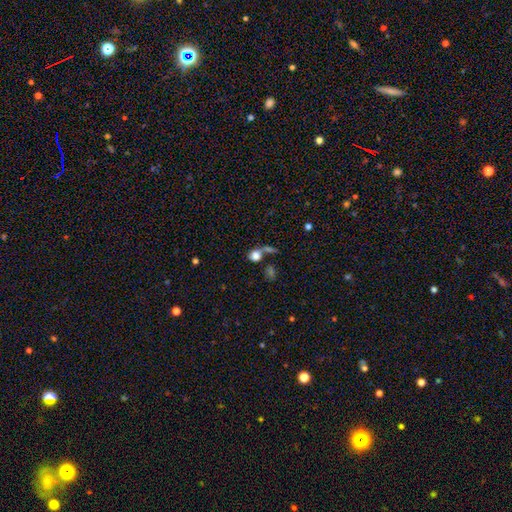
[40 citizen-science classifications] Overall: smooth (80%). How rounded: round (91%). Merging: merger (69%).